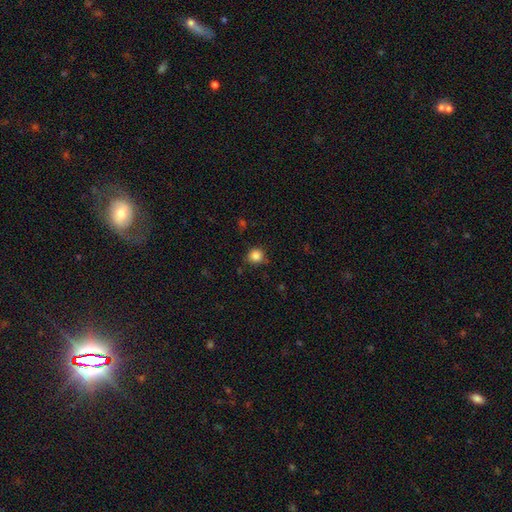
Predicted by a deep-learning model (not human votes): smooth 85%, star or artifact 11%, featured or disk 4%. Down the decision tree: how rounded — round (89%); merging — none (82%).